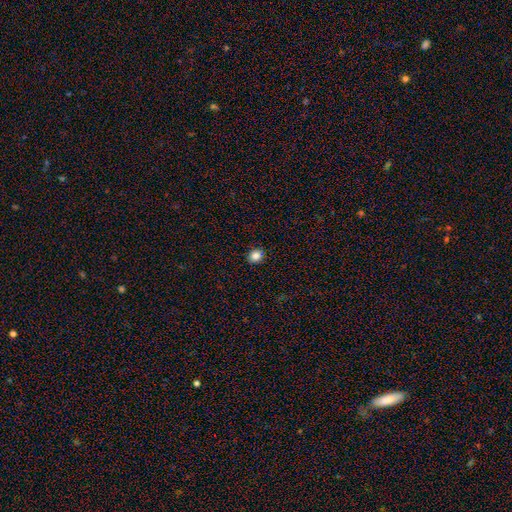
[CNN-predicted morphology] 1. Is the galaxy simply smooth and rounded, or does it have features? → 82% smooth, 13% star or artifact, 5% featured or disk.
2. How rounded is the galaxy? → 84% round, 15% in between, 1% cigar-shaped.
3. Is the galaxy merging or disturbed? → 89% none, 8% minor disturbance, 2% major disturbance, 2% merger.